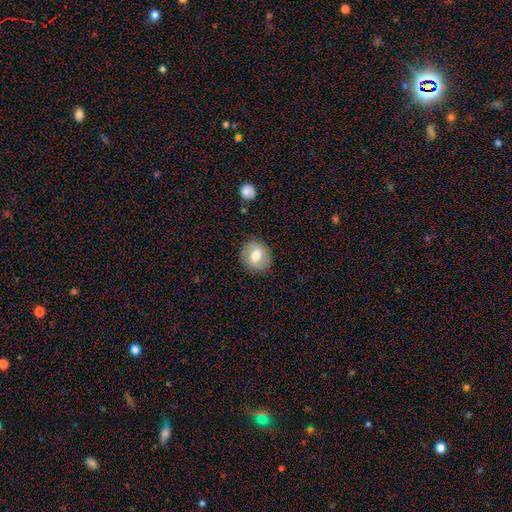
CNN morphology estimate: The model was most divided on "smooth or featured": smooth: 62%, featured or disk: 30%, star or artifact: 8%. More confident: merging — none (85%); how rounded — round (73%).